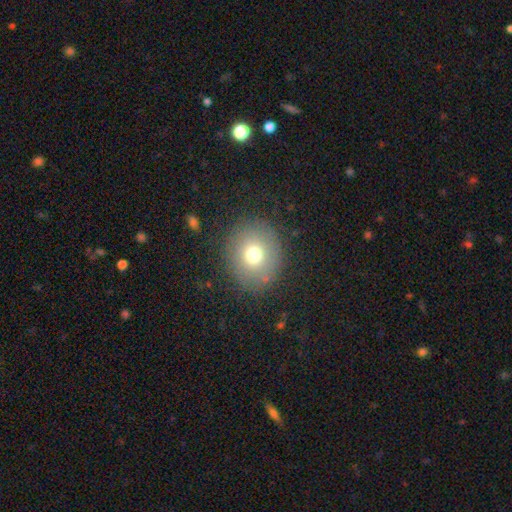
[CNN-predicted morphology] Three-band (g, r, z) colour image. It shows a smooth galaxy with no disk features (72%) that is round (77%). Merging: none (86%).